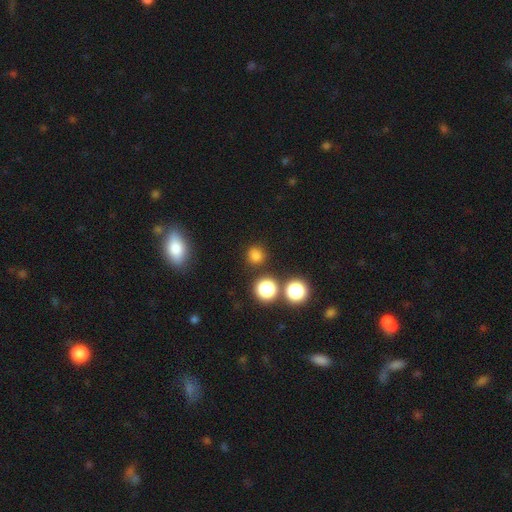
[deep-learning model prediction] smooth-or-featured: smooth: 75% | star or artifact: 21% | featured or disk: 4%
  how-rounded: round: 91% | in between: 8% | cigar-shaped: 1%
  merging: none: 86% | minor disturbance: 7% | merger: 4% | major disturbance: 3%